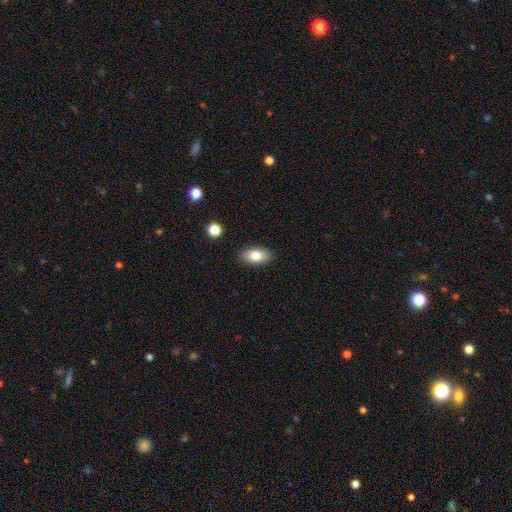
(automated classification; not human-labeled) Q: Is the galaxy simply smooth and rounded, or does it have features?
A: smooth — 80%.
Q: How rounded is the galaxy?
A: in between — 91%.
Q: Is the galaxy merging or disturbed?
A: none — 88%.